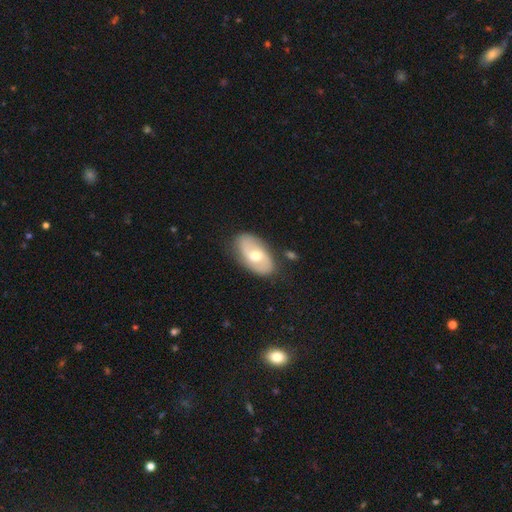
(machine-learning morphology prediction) Smooth or featured? Predicted: featured or disk (p=0.61). Edge-on disk? Predicted: no (p=0.93). Bar? Predicted: no (p=0.53). Spiral arms? Predicted: yes (p=0.75). Bulge size? Predicted: moderate (p=0.73). Merging? Predicted: none (p=0.79).